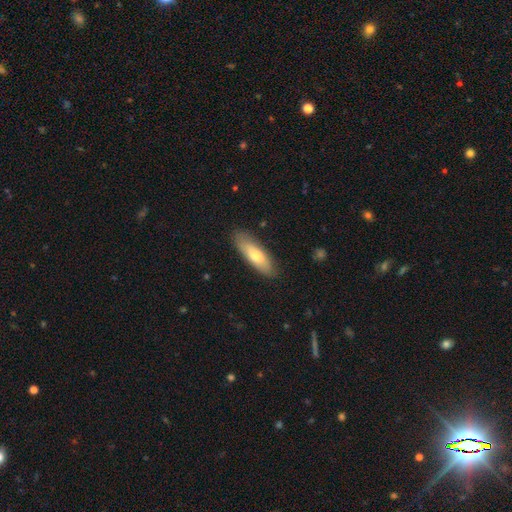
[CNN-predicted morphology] Smooth or featured? Predicted: smooth (p=0.71). How rounded? Predicted: in between (p=0.52). Merging? Predicted: none (p=0.84).